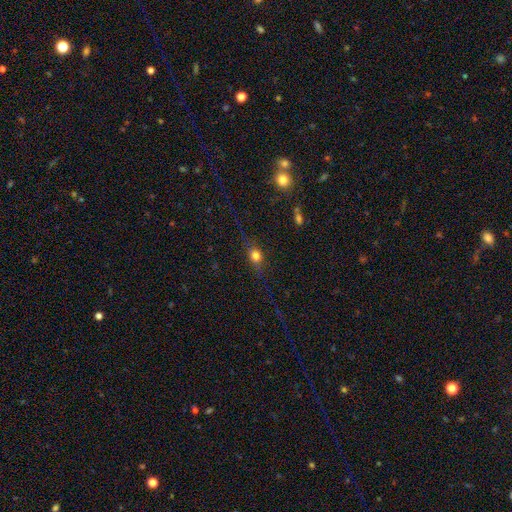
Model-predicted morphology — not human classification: Overall: smooth (70%). How rounded: round (51%; in between 42%). Merging: none (73%).